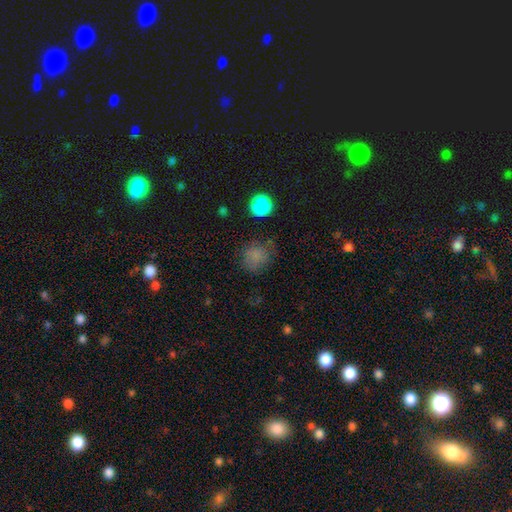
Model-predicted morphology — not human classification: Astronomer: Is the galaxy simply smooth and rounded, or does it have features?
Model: smooth — 78%.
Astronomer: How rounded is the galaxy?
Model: round — 83%.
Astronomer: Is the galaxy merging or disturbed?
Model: none — 70%.